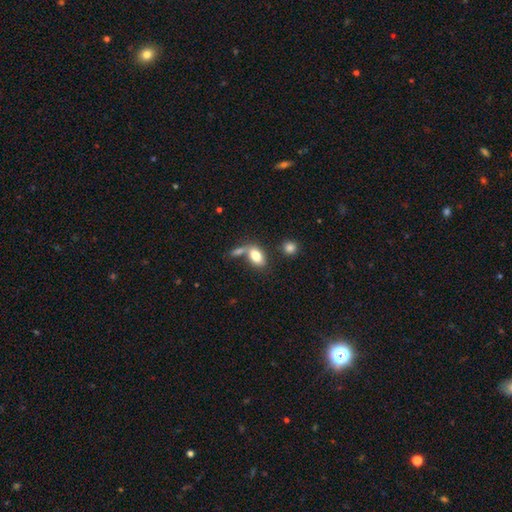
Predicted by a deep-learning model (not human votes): This appears to be a smooth galaxy with no disk features (79%) that is in between round and cigar-shaped (89%). Merging: none (45%).